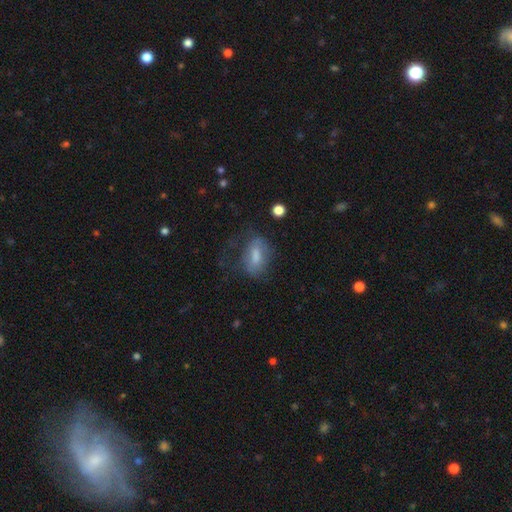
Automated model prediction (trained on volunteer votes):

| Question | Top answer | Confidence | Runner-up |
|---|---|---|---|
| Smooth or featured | smooth | 62% | featured or disk (27%) |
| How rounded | in between | 83% | round (9%) |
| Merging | none | 44% | major disturbance (28%) |